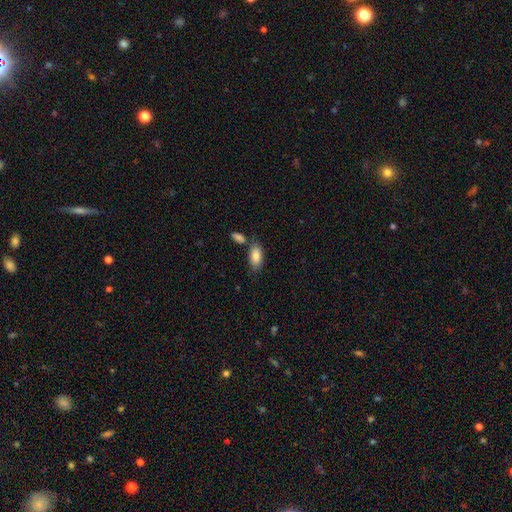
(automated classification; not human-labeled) Smooth or featured: smooth — 86% (featured or disk — 8%)
How rounded: in between — 91% (cigar-shaped — 6%)
Merging: none — 65% (merger — 18%)